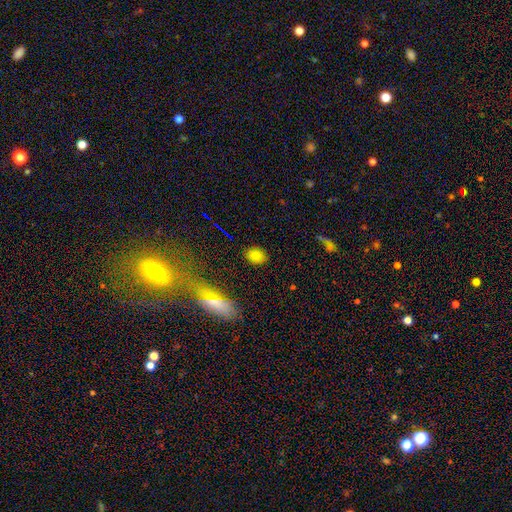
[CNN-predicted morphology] A smooth galaxy with no disk features (82%) that is in between round and cigar-shaped (55%).

Vote fractions:
- Smooth or featured? smooth: 82% / star or artifact: 11% / featured or disk: 6%
- How rounded? in between: 55% / round: 43% / cigar-shaped: 2%
- Merging? none: 88% / minor disturbance: 8% / major disturbance: 2% / merger: 1%